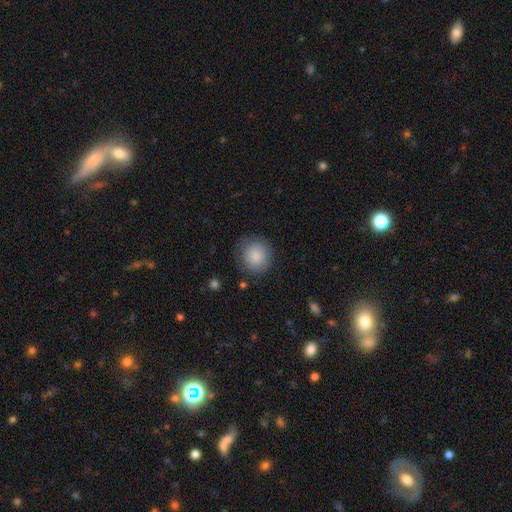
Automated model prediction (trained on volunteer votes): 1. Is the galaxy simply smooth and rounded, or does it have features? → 85% smooth, 8% featured or disk, 7% star or artifact.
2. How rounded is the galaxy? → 90% round, 9% in between, 1% cigar-shaped.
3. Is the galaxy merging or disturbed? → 77% none, 16% minor disturbance, 5% major disturbance, 1% merger.